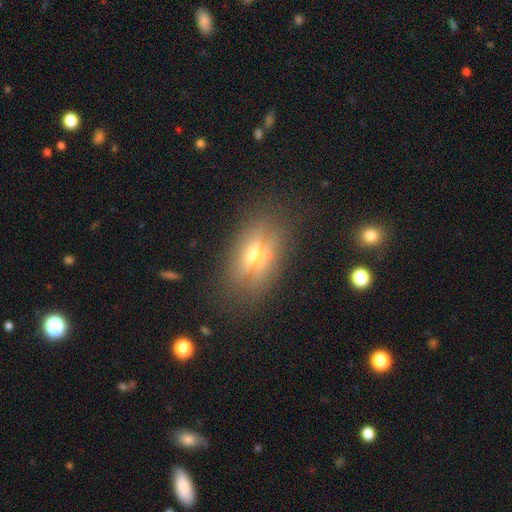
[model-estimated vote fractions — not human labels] Smooth or featured: featured or disk — 50% (smooth — 37%)
Merging: none — 70% (minor disturbance — 17%)